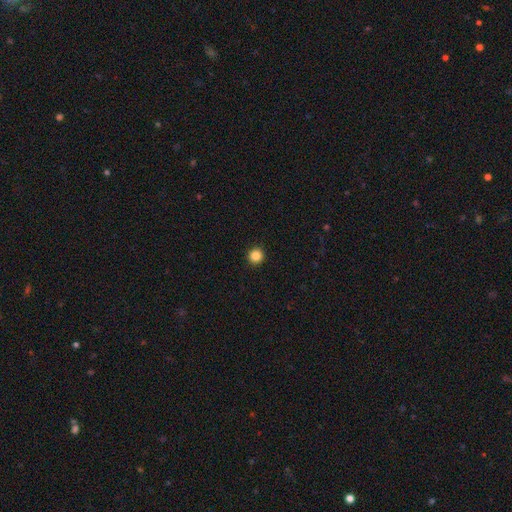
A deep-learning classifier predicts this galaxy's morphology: smooth-or-featured: smooth: 85% | star or artifact: 11% | featured or disk: 4%
  how-rounded: round: 96% | in between: 4% | cigar-shaped: 1%
  merging: none: 94% | minor disturbance: 4% | major disturbance: 1% | merger: 1%